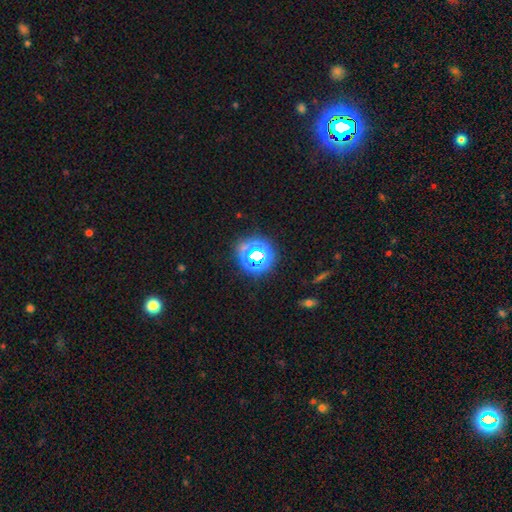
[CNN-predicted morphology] smooth-or-featured: star or artifact: 67% | smooth: 22% | featured or disk: 11%